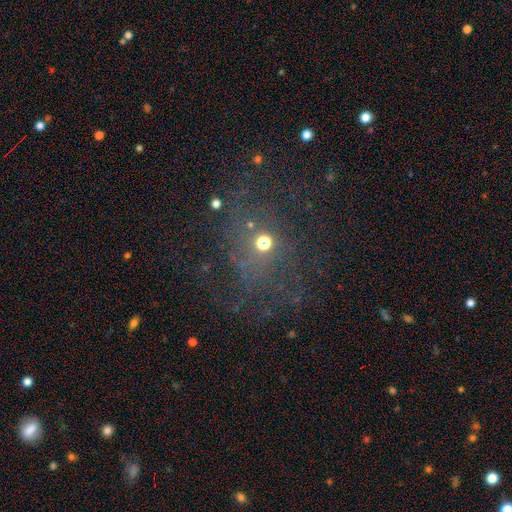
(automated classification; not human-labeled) Smooth or featured: featured or disk — 38% (star or artifact — 36%)
Merging: none — 68% (major disturbance — 15%)